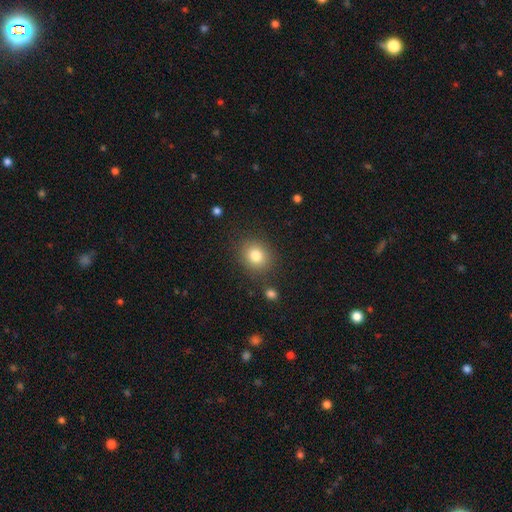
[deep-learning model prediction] smooth_or_featured: smooth (p=0.81) [alt: star or artifact p=0.11]
how_rounded: round (p=0.75) [alt: in between p=0.24]
merging: none (p=0.85) [alt: minor disturbance p=0.09]